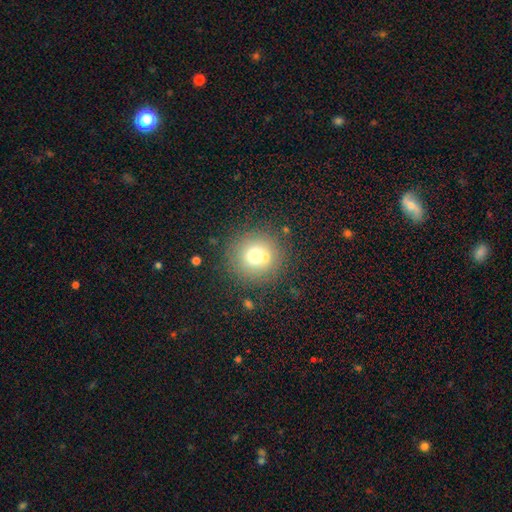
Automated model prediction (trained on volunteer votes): The model was most divided on "smooth or featured": smooth: 69%, featured or disk: 17%, star or artifact: 14%. More confident: how rounded — round (94%); merging — none (73%).